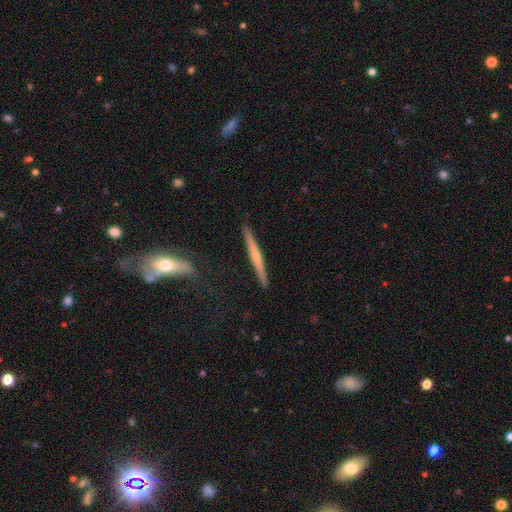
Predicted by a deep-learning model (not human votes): The model was most divided on "smooth or featured": featured or disk: 66%, smooth: 28%, star or artifact: 6%. More confident: edge-on disk — yes (97%); merging — none (90%); edge-on bulge — rounded (70%).